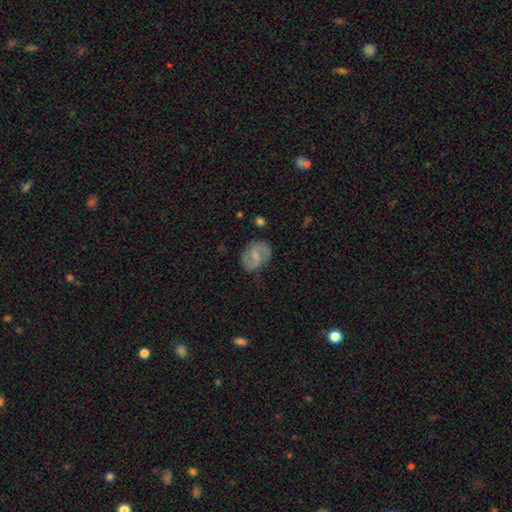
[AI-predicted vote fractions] Q: Smooth or featured?
A: featured or disk (64%); runner-up: smooth (29%)
Q: Edge-on disk?
A: no (97%); runner-up: yes (3%)
Q: Bar?
A: weak (55%); runner-up: no (29%)
Q: Spiral arms?
A: yes (88%); runner-up: no (12%)
Q: Spiral winding?
A: medium (50%); runner-up: loose (26%)
Q: Spiral arm count?
A: 2 (85%); runner-up: can't tell (8%)
Q: Bulge size?
A: small (47%); runner-up: moderate (32%)
Q: Merging?
A: none (71%); runner-up: minor disturbance (20%)